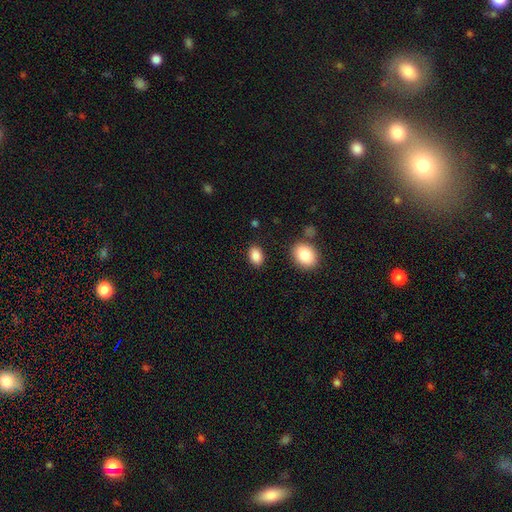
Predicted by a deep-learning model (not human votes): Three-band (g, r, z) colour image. It shows a smooth galaxy with no disk features (88%) that is in between round and cigar-shaped (83%). Merging: none (86%).